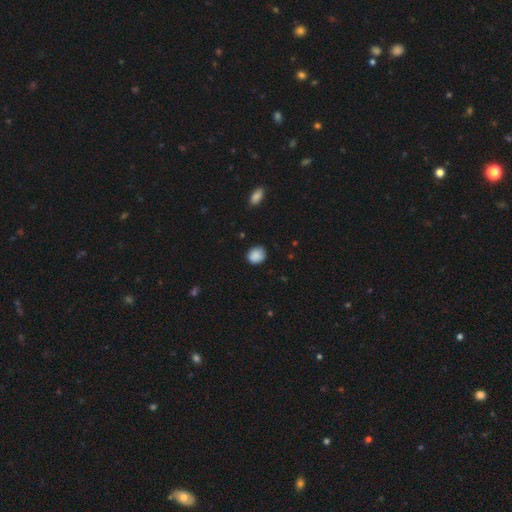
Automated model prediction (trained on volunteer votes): Smooth or featured? smooth (87%)
How rounded? round (73%)
Merging? none (77%)